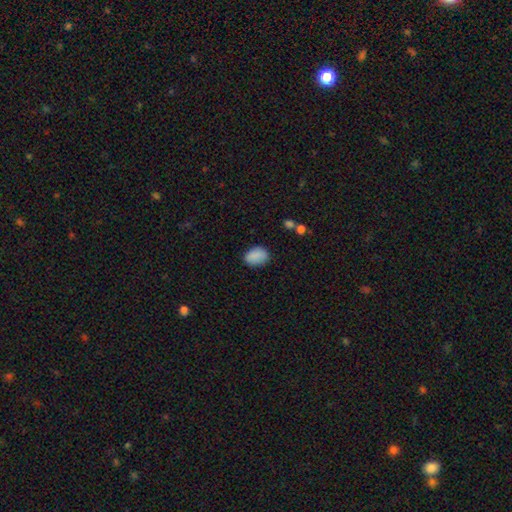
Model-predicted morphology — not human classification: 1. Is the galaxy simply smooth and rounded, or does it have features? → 88% smooth, 8% star or artifact, 4% featured or disk.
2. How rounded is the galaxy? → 78% in between, 21% round, 1% cigar-shaped.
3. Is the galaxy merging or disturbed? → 79% none, 16% minor disturbance, 3% major disturbance, 2% merger.